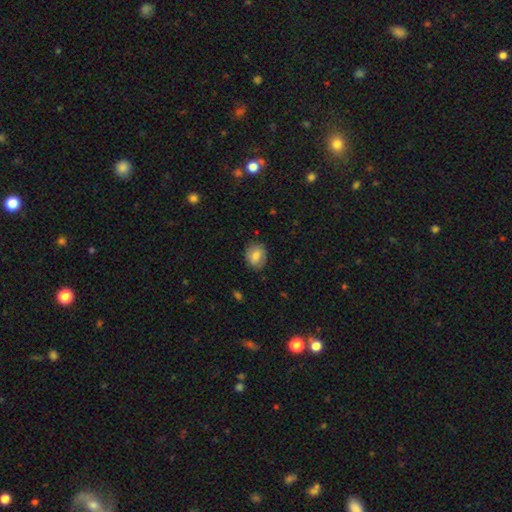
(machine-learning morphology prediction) smooth-or-featured: smooth: 76% | featured or disk: 16% | star or artifact: 8%
  how-rounded: round: 51% | in between: 48% | cigar-shaped: 1%
  merging: none: 80% | minor disturbance: 16% | major disturbance: 3% | merger: 1%